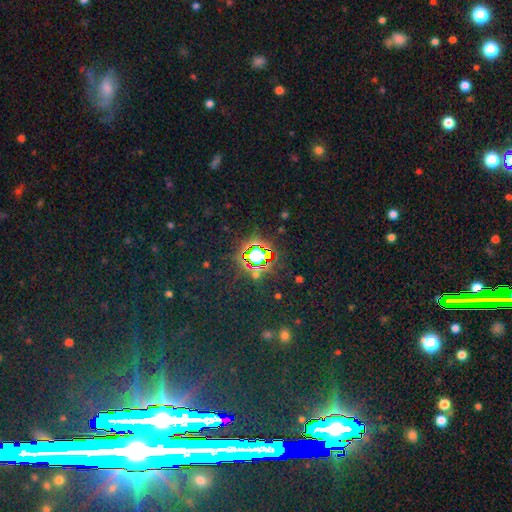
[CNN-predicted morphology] smooth-or-featured: star or artifact: 74% | smooth: 16% | featured or disk: 10%